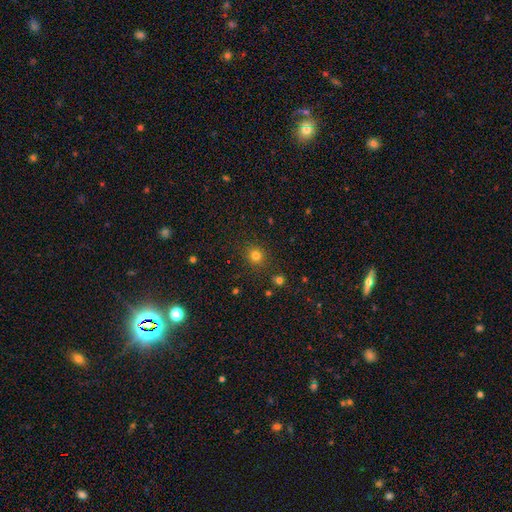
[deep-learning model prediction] This appears to be a smooth galaxy with no disk features (79%) that is round (90%). Merging: none (88%).